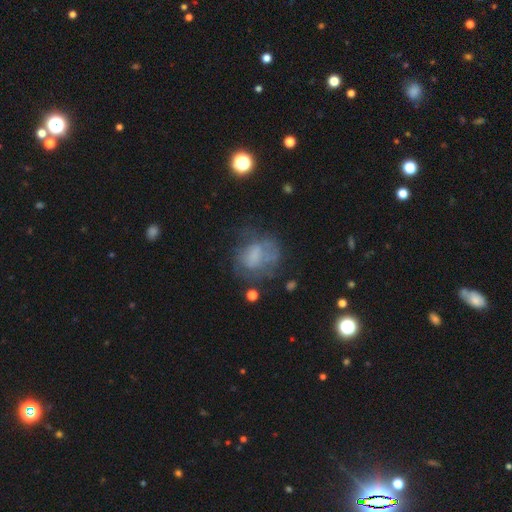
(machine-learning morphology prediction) smooth_or_featured: smooth (p=0.46) [alt: featured or disk p=0.39]
merging: none (p=0.47) [alt: major disturbance p=0.26]